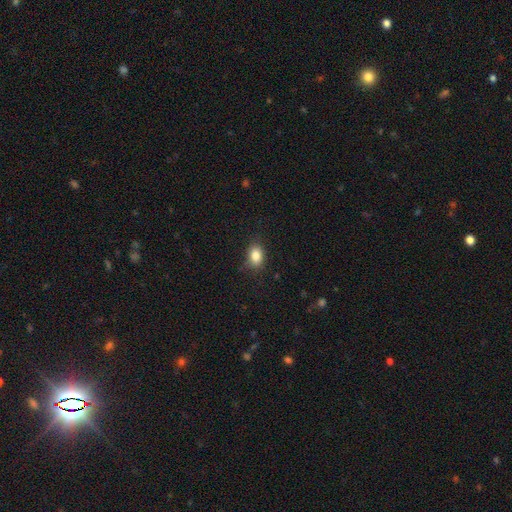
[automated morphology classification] Smooth or featured? Predicted: smooth (p=0.85). How rounded? Predicted: in between (p=0.79). Merging? Predicted: none (p=0.82).